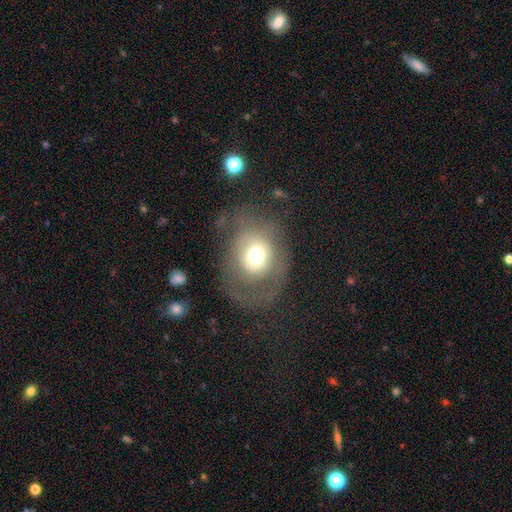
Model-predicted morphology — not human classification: Overall: smooth (53%; featured or disk 34%). How rounded: round (64%; in between 35%). Merging: none (46%; major disturbance 31%).